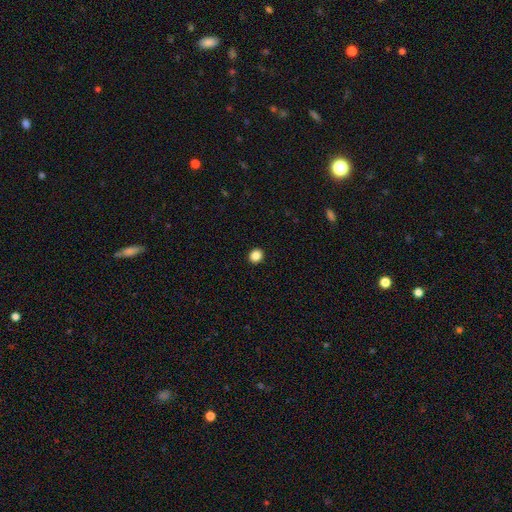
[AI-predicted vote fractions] Q: Smooth or featured?
A: smooth (87%); runner-up: star or artifact (10%)
Q: How rounded?
A: round (83%); runner-up: in between (16%)
Q: Merging?
A: none (93%); runner-up: minor disturbance (4%)